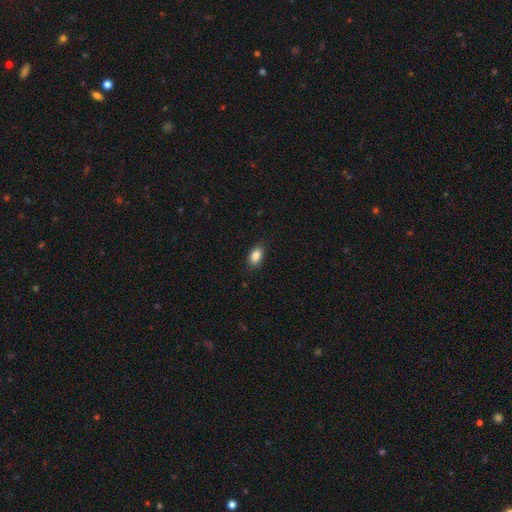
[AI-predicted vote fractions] A smooth galaxy with no disk features (88%) that is in between round and cigar-shaped (89%).

Vote fractions:
- Smooth or featured? smooth: 88% / star or artifact: 8% / featured or disk: 4%
- How rounded? in between: 89% / round: 9% / cigar-shaped: 2%
- Merging? none: 87% / minor disturbance: 9% / major disturbance: 2% / merger: 1%